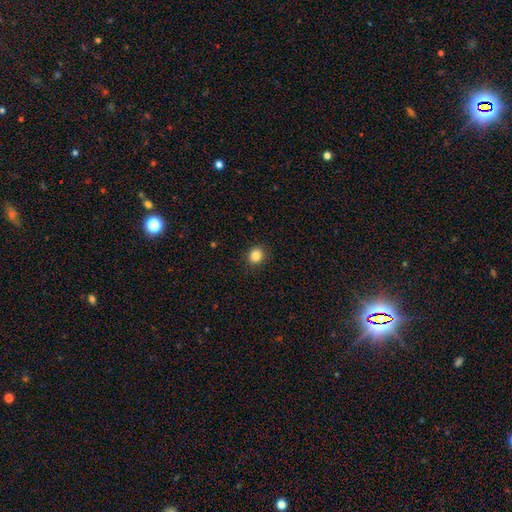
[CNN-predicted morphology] Smooth or featured? Predicted: smooth (p=0.85). How rounded? Predicted: round (p=0.73). Merging? Predicted: none (p=0.90).